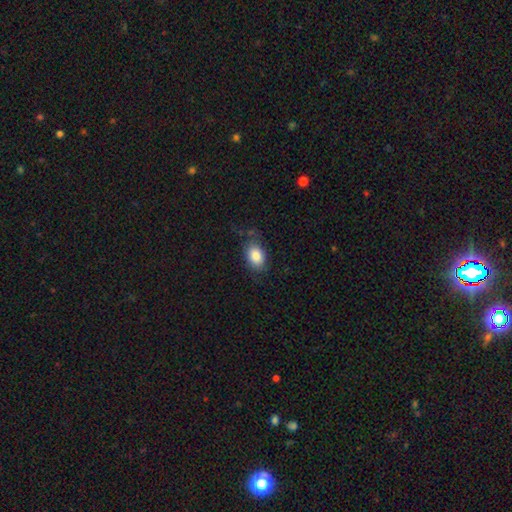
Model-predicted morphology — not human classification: Q: Smooth or featured?
A: smooth (85%); runner-up: star or artifact (8%)
Q: How rounded?
A: in between (82%); runner-up: round (17%)
Q: Merging?
A: none (74%); runner-up: minor disturbance (19%)